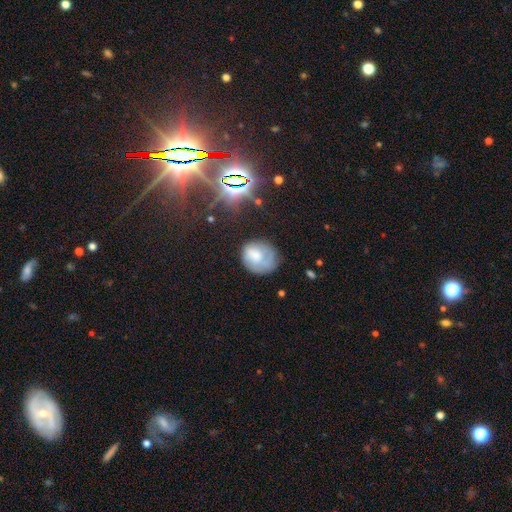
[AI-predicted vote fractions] The model was most divided on "merging": none: 57%, minor disturbance: 26%, major disturbance: 14%, merger: 3%. More confident: how rounded — round (71%); smooth or featured — smooth (64%).